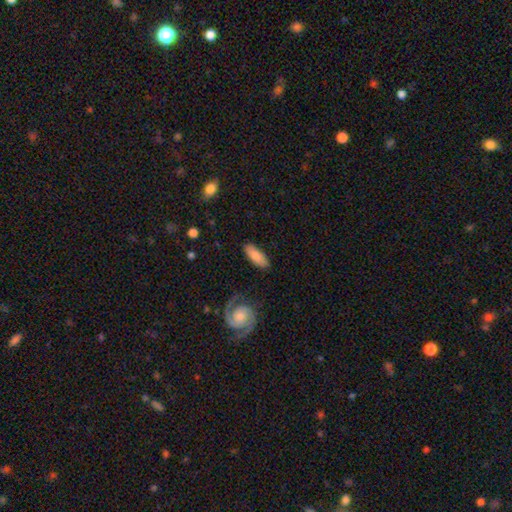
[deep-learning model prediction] A smooth galaxy with no disk features (79%) that is in between round and cigar-shaped (69%). Merging: none (81%).